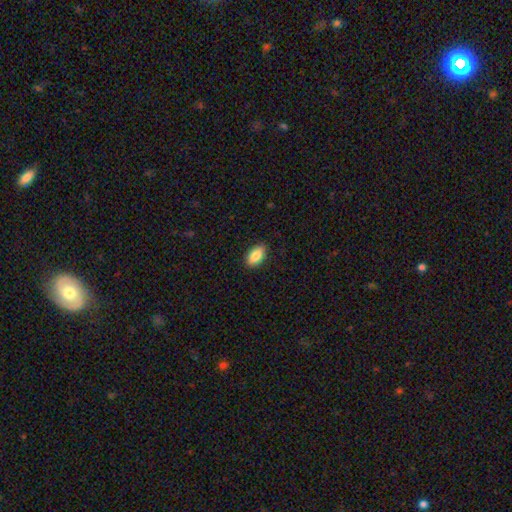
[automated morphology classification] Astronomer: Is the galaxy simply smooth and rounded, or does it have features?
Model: smooth — 85%.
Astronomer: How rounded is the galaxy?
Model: in between — 92%.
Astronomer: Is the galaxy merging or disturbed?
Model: none — 89%.